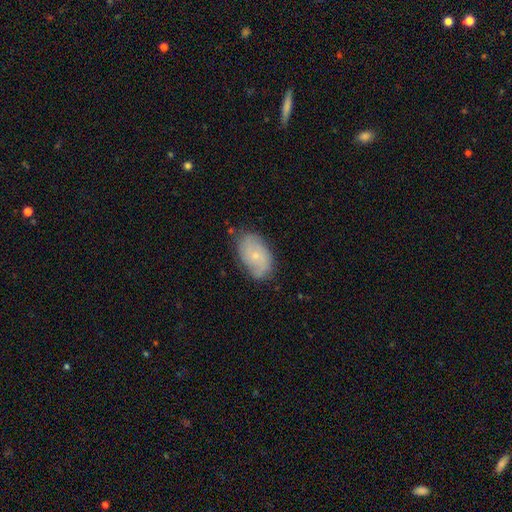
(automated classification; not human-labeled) Smooth or featured: featured or disk — 47% (smooth — 45%)
Merging: none — 71% (minor disturbance — 22%)